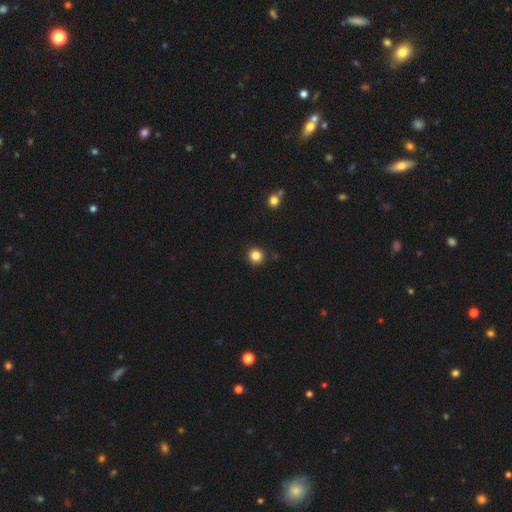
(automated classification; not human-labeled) Morphology: type=smooth (85%); roundness=round (93%); merging=none (91%).